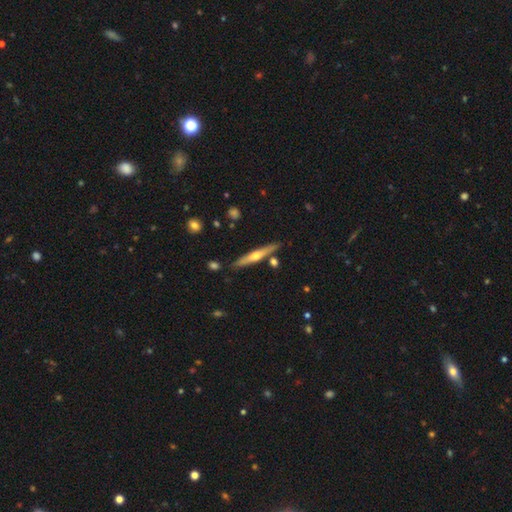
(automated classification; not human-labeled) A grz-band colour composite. It shows a featured or disk galaxy (61%) viewed edge-on (96%) with a rounded central bulge (88%). Merging: none (84%).